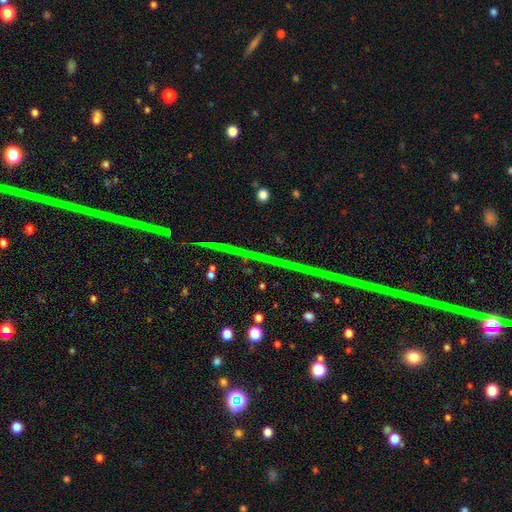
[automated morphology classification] Smooth or featured: star or artifact — 73% (featured or disk — 16%)